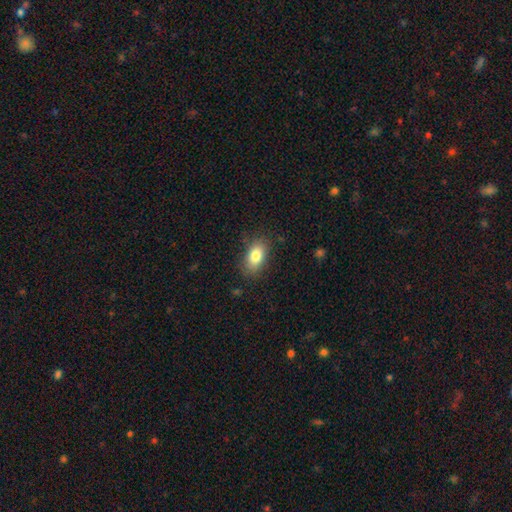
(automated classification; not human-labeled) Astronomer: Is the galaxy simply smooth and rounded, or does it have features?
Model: smooth — 82%.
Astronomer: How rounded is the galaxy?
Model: in between — 89%.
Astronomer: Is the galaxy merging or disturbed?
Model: none — 82%.